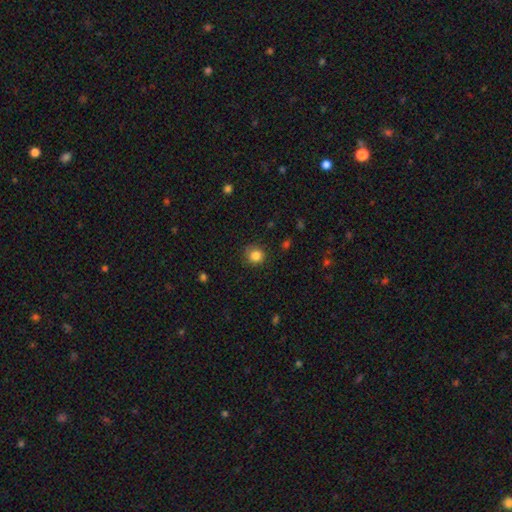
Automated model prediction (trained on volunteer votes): A smooth galaxy with no disk features (84%) that is round (88%).

Vote fractions:
- Smooth or featured? smooth: 84% / star or artifact: 11% / featured or disk: 5%
- How rounded? round: 88% / in between: 11% / cigar-shaped: 1%
- Merging? none: 79% / minor disturbance: 15% / major disturbance: 4% / merger: 1%